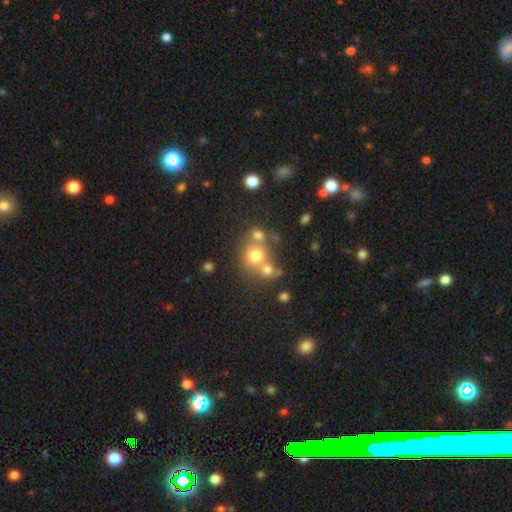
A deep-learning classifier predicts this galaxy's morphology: A smooth galaxy with no disk features (70%) that is round (83%). Merging: none (45%).